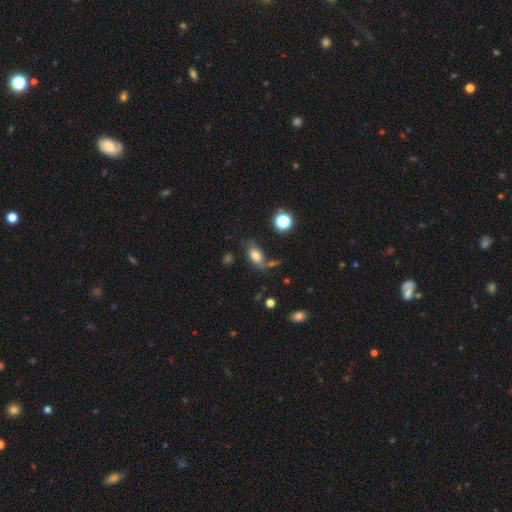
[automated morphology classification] Smooth or featured? Predicted: smooth (p=0.76). How rounded? Predicted: in between (p=0.86). Merging? Predicted: none (p=0.59).